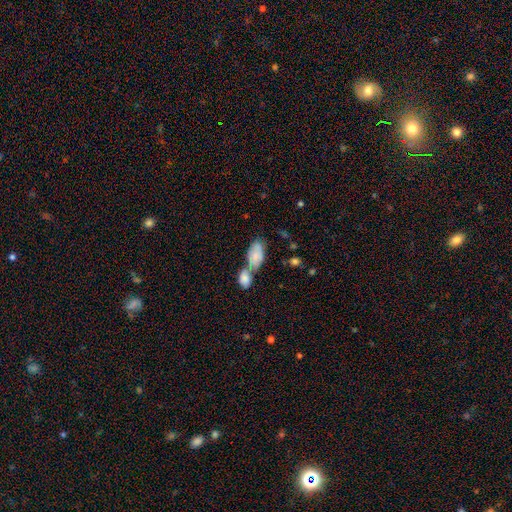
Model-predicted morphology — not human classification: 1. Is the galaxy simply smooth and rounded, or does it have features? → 73% smooth, 20% featured or disk, 6% star or artifact.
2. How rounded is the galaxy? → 92% in between, 5% round, 4% cigar-shaped.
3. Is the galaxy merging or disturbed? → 65% merger, 21% none, 9% minor disturbance, 5% major disturbance.